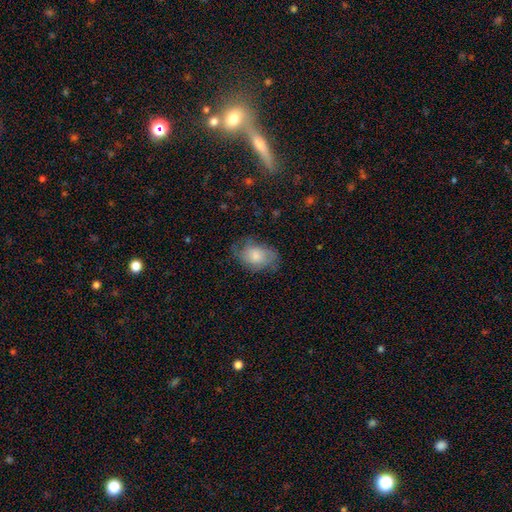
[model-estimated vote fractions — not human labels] smooth-or-featured: smooth: 69% | featured or disk: 24% | star or artifact: 8%
  how-rounded: in between: 83% | round: 16% | cigar-shaped: 1%
  merging: none: 55% | minor disturbance: 30% | major disturbance: 14% | merger: 1%